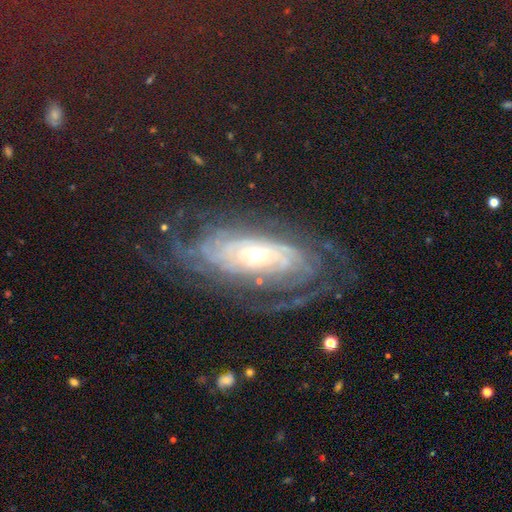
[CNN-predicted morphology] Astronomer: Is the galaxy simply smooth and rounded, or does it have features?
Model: featured or disk — 78%.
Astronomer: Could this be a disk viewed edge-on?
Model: no — 90%.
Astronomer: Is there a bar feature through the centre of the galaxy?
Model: no — 76%.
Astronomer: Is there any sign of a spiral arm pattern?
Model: yes — 93%.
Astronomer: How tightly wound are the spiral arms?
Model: tight — 73%.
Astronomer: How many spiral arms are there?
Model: can't tell — 44%.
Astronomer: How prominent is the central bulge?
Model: small — 60%.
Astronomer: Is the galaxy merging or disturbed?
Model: none — 73%.